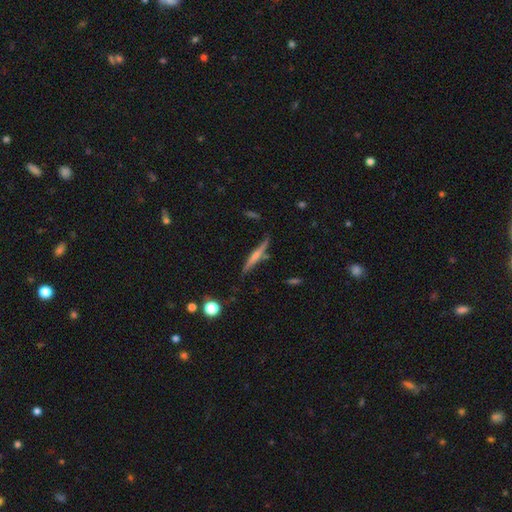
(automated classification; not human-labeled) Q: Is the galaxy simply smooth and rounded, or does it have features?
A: featured or disk — 52%.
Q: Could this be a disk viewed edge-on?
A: yes — 96%.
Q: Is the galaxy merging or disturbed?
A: none — 79%.